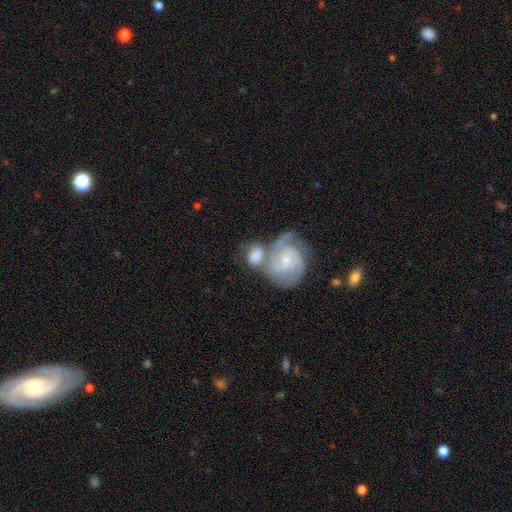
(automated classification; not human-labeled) The model was most divided on "merging": merger: 43%, none: 36%, minor disturbance: 14%, major disturbance: 7%. More confident: edge-on disk — no (97%); spiral arms — yes (91%); bulge size — small (67%); bar — no (60%); smooth or featured — featured or disk (55%).